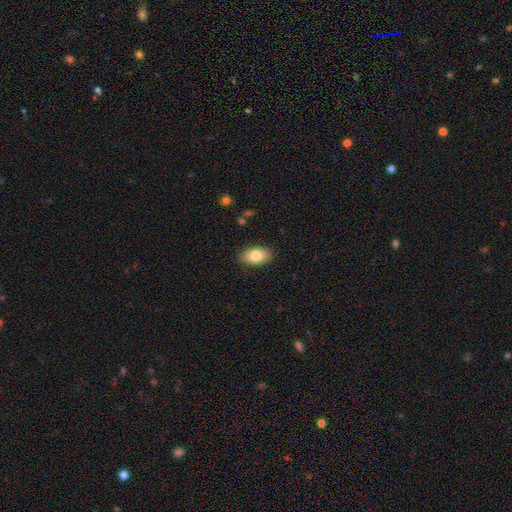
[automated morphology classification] smooth-or-featured: smooth: 79% | featured or disk: 14% | star or artifact: 7%
  how-rounded: in between: 92% | round: 6% | cigar-shaped: 2%
  merging: none: 87% | minor disturbance: 10% | major disturbance: 2% | merger: 1%